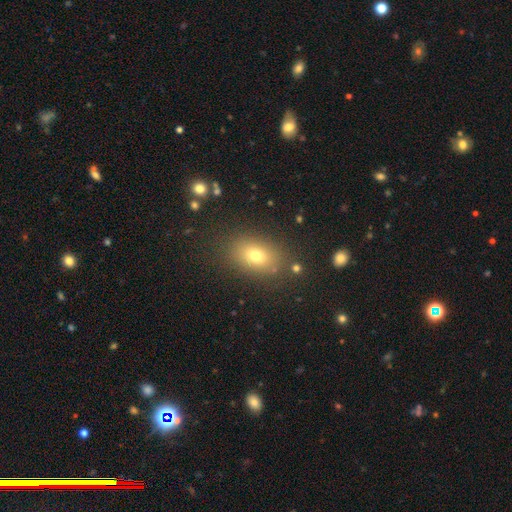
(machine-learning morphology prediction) Smooth or featured? smooth (72%)
How rounded? in between (78%)
Merging? none (83%)